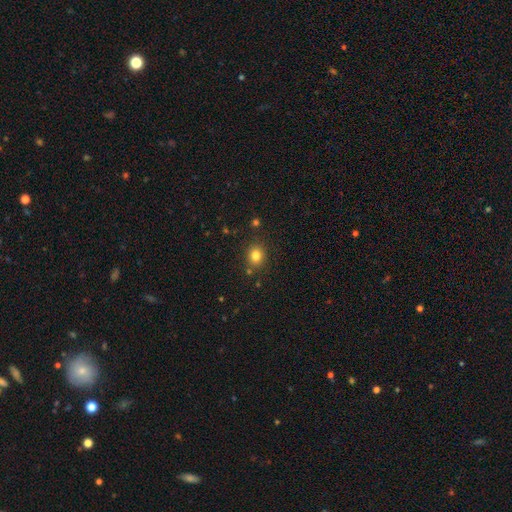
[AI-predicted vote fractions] Smooth or featured? Predicted: smooth (p=0.81). How rounded? Predicted: round (p=0.67). Merging? Predicted: none (p=0.84).